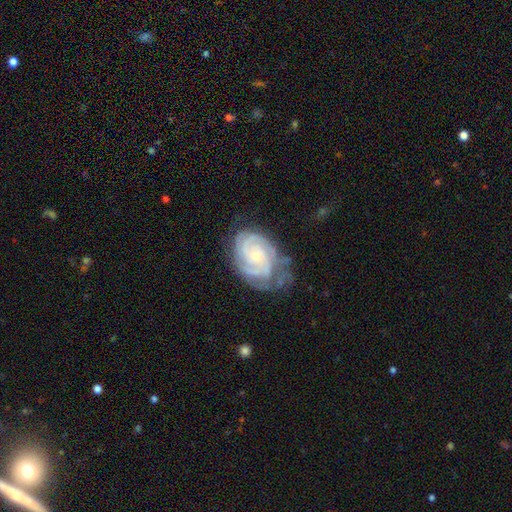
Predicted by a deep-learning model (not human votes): A featured or disk galaxy (88%) with no bar (73%), 2 (33%) tight (76%) spiral arms (98%) and a small central bulge (71%). Merging: none (65%).